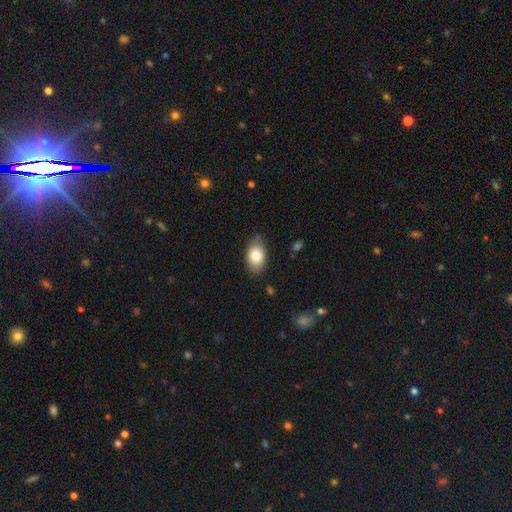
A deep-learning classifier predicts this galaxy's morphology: Q: Smooth or featured?
A: smooth (83%); runner-up: featured or disk (10%)
Q: How rounded?
A: in between (90%); runner-up: round (9%)
Q: Merging?
A: none (79%); runner-up: minor disturbance (17%)